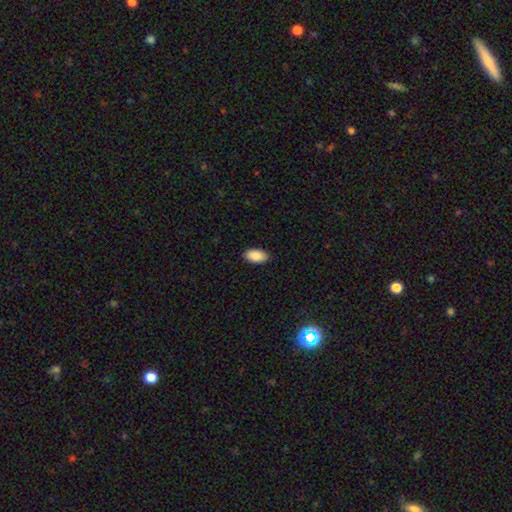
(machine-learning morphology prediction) The model was most divided on "merging": none: 89%, minor disturbance: 8%, major disturbance: 2%, merger: 1%. More confident: how rounded — in between (95%); smooth or featured — smooth (91%).